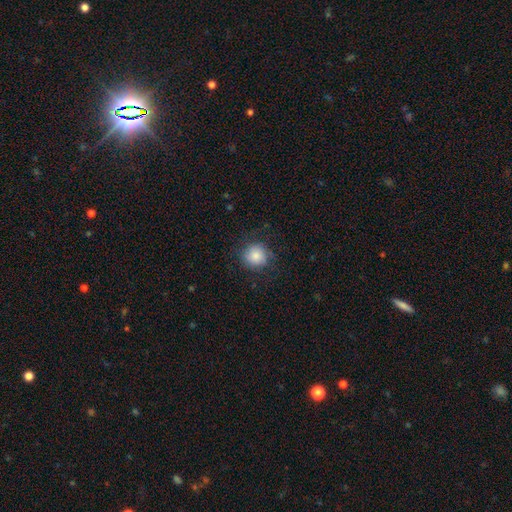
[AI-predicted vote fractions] The model was most divided on "merging": none: 77%, minor disturbance: 16%, major disturbance: 7%, merger: 1%. More confident: how rounded — round (90%); smooth or featured — smooth (82%).